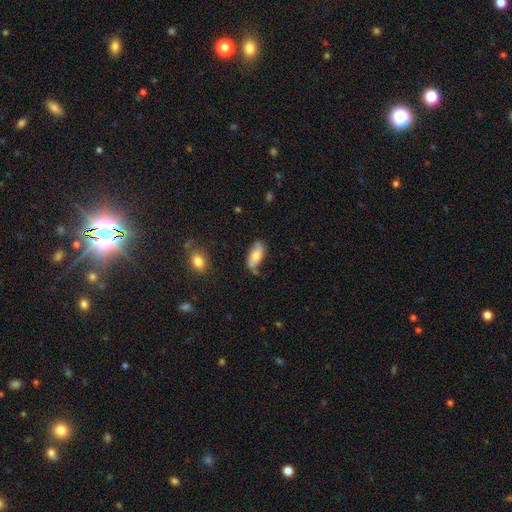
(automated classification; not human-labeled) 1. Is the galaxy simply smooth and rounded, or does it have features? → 64% smooth, 30% featured or disk, 7% star or artifact.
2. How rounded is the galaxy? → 86% in between, 11% cigar-shaped, 3% round.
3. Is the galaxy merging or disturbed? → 65% none, 24% minor disturbance, 6% major disturbance, 5% merger.